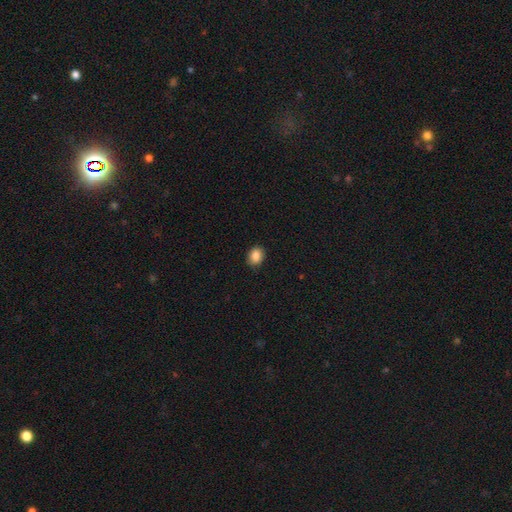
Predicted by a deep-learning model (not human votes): smooth 87%, star or artifact 8%, featured or disk 5%. Down the decision tree: how rounded — in between (61%); merging — none (89%).